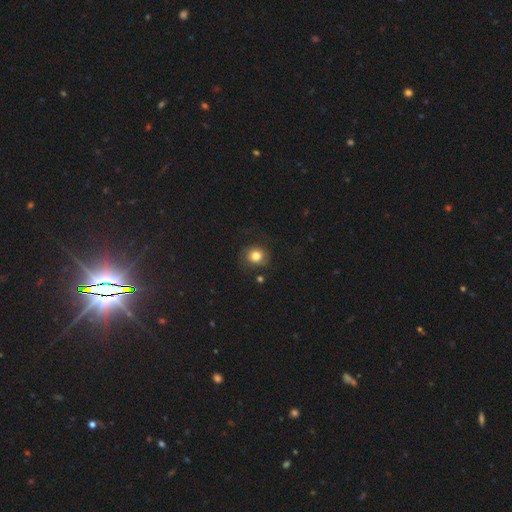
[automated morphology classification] smooth_or_featured: smooth (p=0.70) [alt: featured or disk p=0.20]
how_rounded: round (p=0.74) [alt: in between p=0.26]
merging: none (p=0.69) [alt: minor disturbance p=0.18]